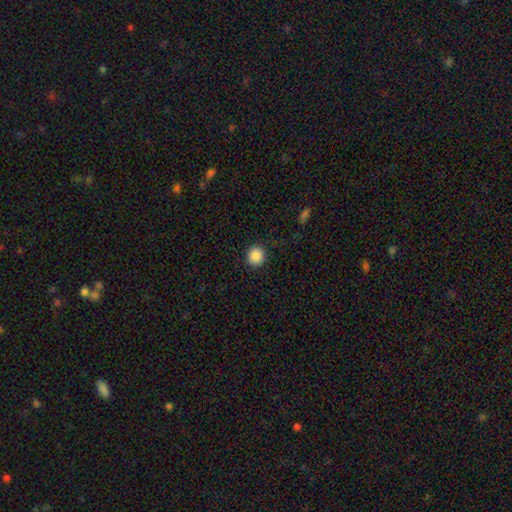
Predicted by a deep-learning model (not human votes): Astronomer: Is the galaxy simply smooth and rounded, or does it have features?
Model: smooth — 88%.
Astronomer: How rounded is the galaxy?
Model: round — 91%.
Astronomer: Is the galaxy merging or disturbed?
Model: none — 91%.